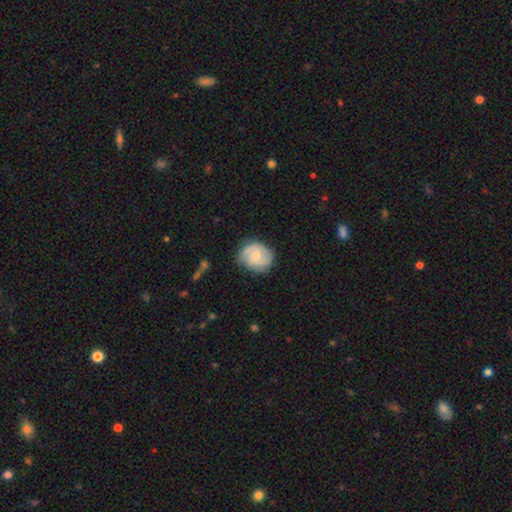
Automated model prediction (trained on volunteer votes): A featured or disk galaxy (61%) with no bar (65%), 2 (49%) tight (45%) spiral arms (90%) and a small central bulge (53%).

Vote fractions:
- Smooth or featured? featured or disk: 61% / smooth: 33% / star or artifact: 6%
- Edge-on disk? no: 98% / yes: 2%
- Bar? no: 65% / weak: 31% / strong: 4%
- Spiral arms? yes: 90% / no: 10%
- Spiral winding? tight: 45% / medium: 40% / loose: 14%
- Spiral arm count? 2: 49% / can't tell: 21% / 3: 19% / 1: 6% / 4: 3% / more than 4: 2%
- Bulge size? small: 53% / moderate: 40% / none: 4% / large: 2% / dominant: 1%
- Merging? none: 68% / minor disturbance: 24% / major disturbance: 7% / merger: 2%